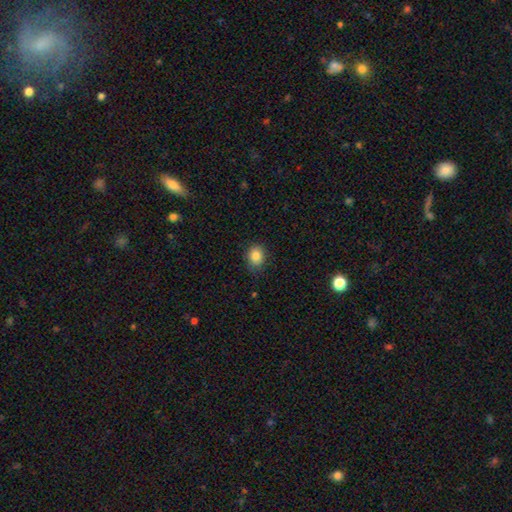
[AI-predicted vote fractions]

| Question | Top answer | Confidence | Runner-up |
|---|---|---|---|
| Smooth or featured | smooth | 84% | star or artifact (10%) |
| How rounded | round | 62% | in between (38%) |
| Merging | none | 82% | minor disturbance (14%) |